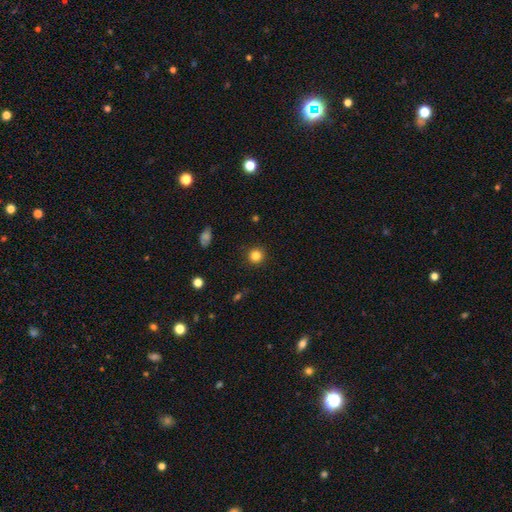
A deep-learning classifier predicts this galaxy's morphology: smooth-or-featured: smooth: 83% | star or artifact: 12% | featured or disk: 5%
  how-rounded: round: 94% | in between: 5% | cigar-shaped: 1%
  merging: none: 92% | minor disturbance: 5% | major disturbance: 2% | merger: 1%